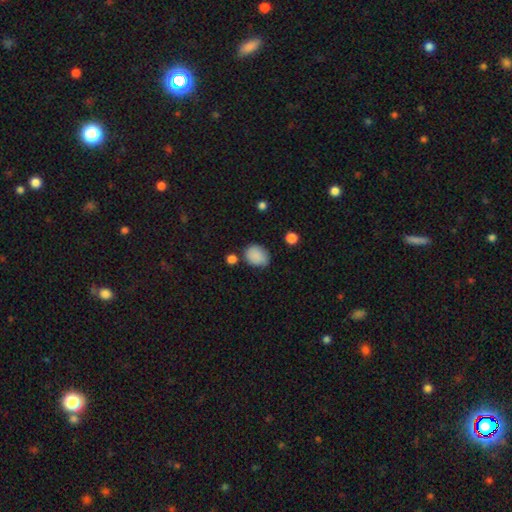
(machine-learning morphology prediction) A smooth galaxy with no disk features (87%) that is round (50%). Merging: none (69%).